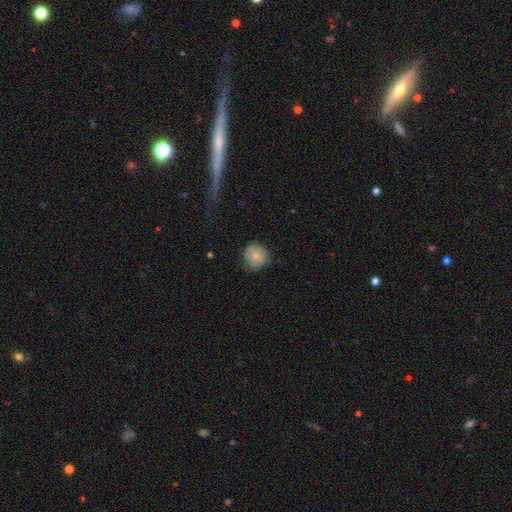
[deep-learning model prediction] smooth-or-featured: smooth: 78% | featured or disk: 14% | star or artifact: 8%
  how-rounded: round: 90% | in between: 9% | cigar-shaped: 1%
  merging: none: 71% | minor disturbance: 23% | major disturbance: 5% | merger: 1%